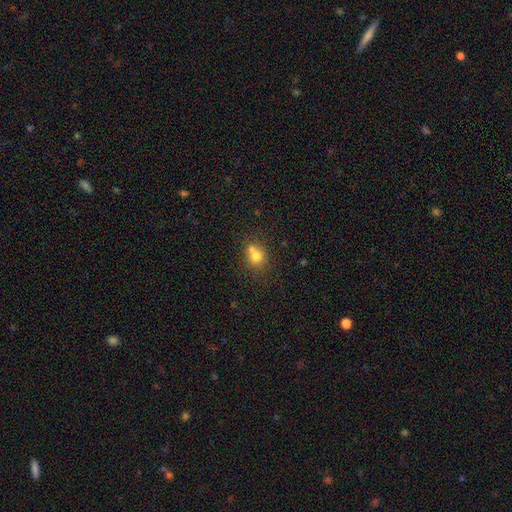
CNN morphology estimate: Smooth or featured: smooth — 73% (featured or disk — 15%)
How rounded: round — 74% (in between — 25%)
Merging: merger — 47% (none — 40%)